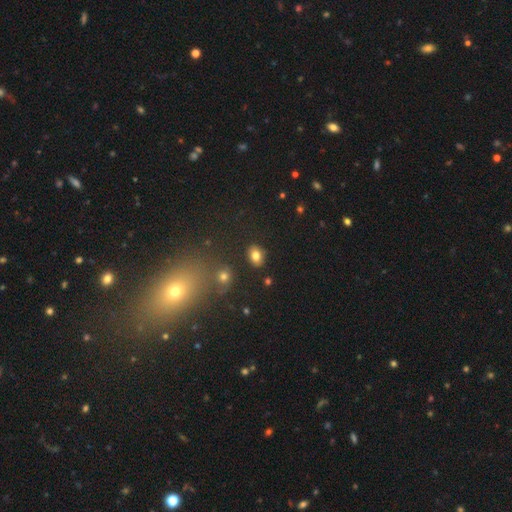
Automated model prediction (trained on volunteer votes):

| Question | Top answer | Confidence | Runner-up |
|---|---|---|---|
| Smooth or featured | smooth | 80% | star or artifact (11%) |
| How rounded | in between | 70% | round (29%) |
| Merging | none | 86% | minor disturbance (9%) |